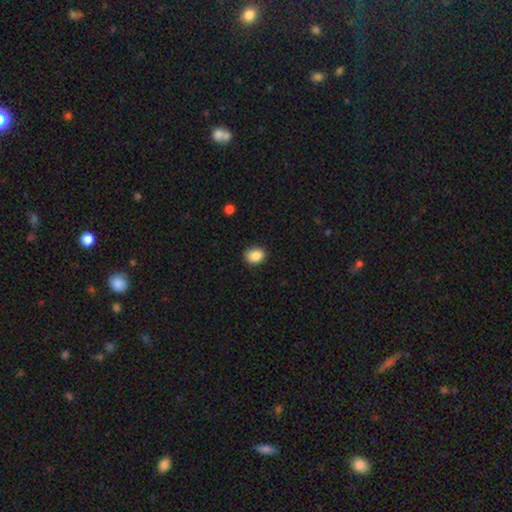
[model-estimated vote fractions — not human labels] Smooth or featured? smooth (88%)
How rounded? round (51%)
Merging? none (86%)